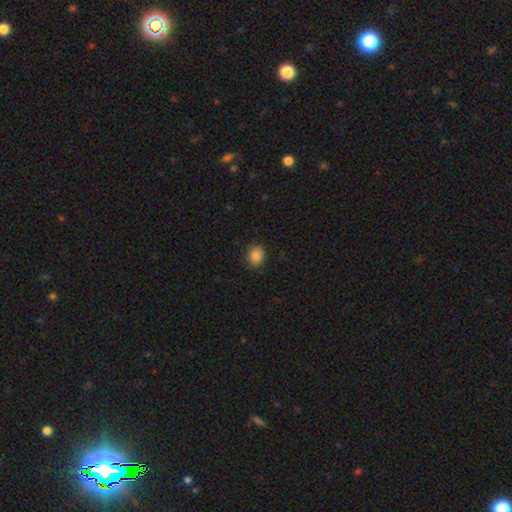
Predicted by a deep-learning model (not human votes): smooth_or_featured: smooth (p=0.86) [alt: star or artifact p=0.09]
how_rounded: round (p=0.57) [alt: in between p=0.42]
merging: none (p=0.86) [alt: minor disturbance p=0.10]